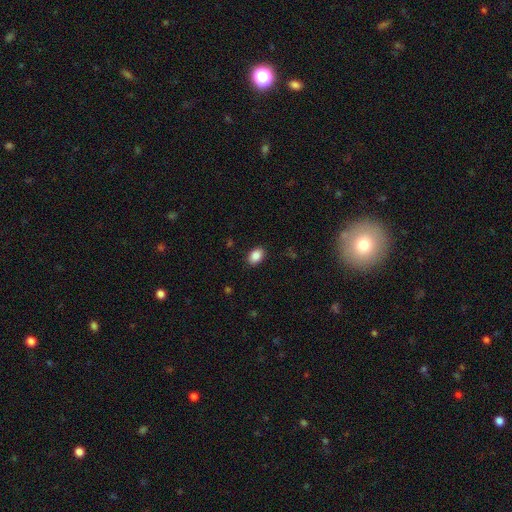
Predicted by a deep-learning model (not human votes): A smooth galaxy with no disk features (88%) that is in between round and cigar-shaped (82%). Merging: none (88%).